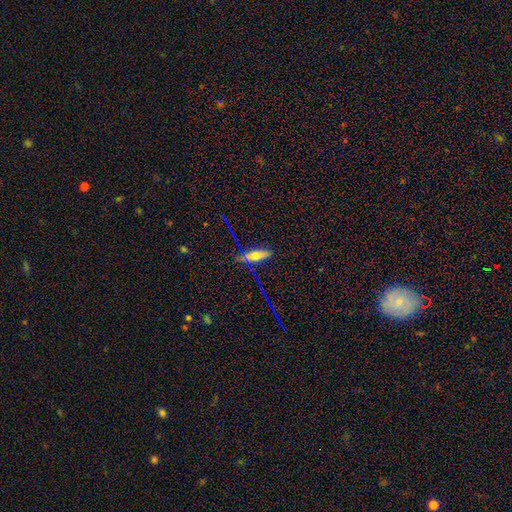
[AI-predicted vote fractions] Smooth or featured? Predicted: smooth (p=0.53). How rounded? Predicted: in between (p=0.67). Merging? Predicted: none (p=0.77).